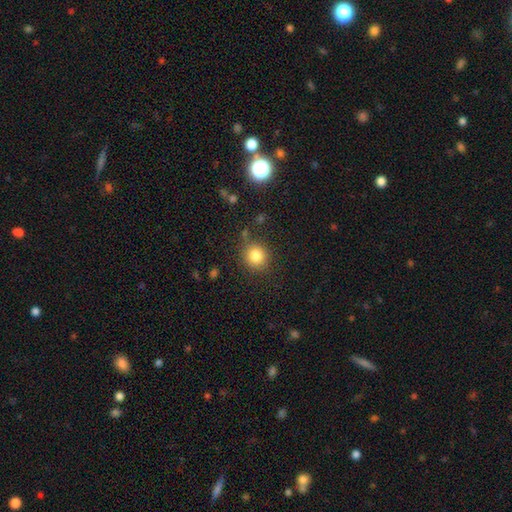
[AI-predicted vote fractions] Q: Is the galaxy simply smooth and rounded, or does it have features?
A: smooth — 82%.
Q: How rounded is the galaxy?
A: round — 88%.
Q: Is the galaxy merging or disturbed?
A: none — 83%.